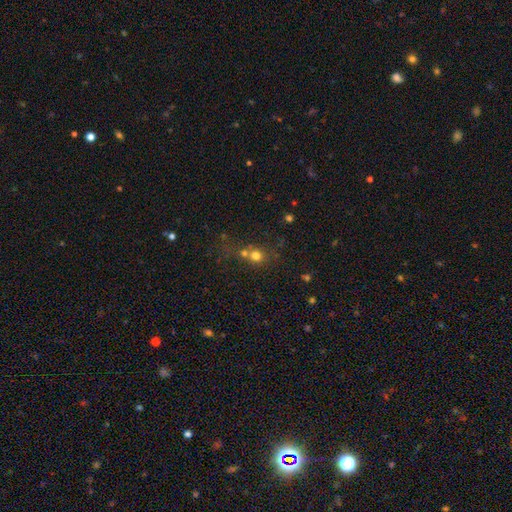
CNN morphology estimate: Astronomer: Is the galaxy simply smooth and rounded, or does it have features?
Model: smooth — 70%.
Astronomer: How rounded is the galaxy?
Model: round — 82%.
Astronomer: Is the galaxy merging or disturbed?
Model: none — 46% (runner-up: merger, 39%).